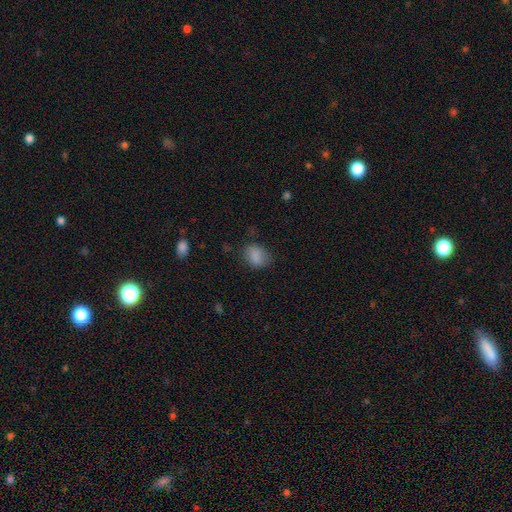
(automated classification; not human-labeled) Overall: smooth (83%). How rounded: in between (67%; round 32%). Merging: none (73%).